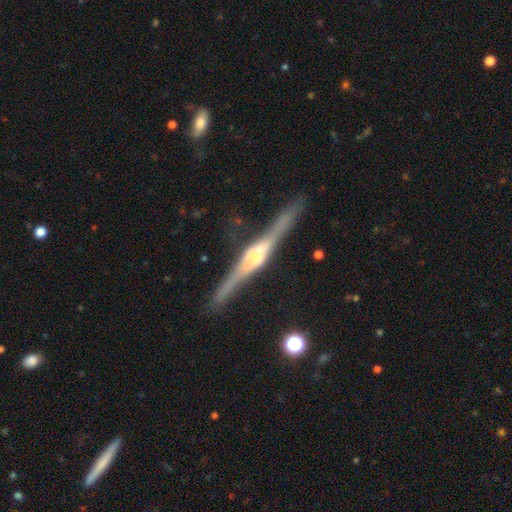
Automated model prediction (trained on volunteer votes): Smooth or featured? Predicted: featured or disk (p=0.85). Edge-on disk? Predicted: yes (p=0.98). Edge-on bulge? Predicted: rounded (p=0.76). Merging? Predicted: none (p=0.84).